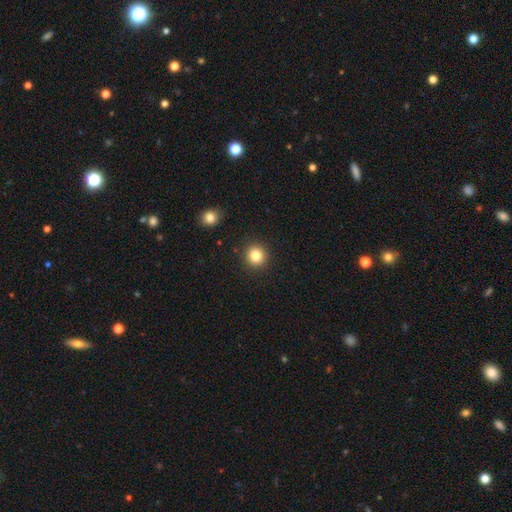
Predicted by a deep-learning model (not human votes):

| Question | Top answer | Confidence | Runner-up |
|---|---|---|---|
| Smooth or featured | smooth | 82% | star or artifact (12%) |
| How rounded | round | 94% | in between (6%) |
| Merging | none | 91% | minor disturbance (5%) |